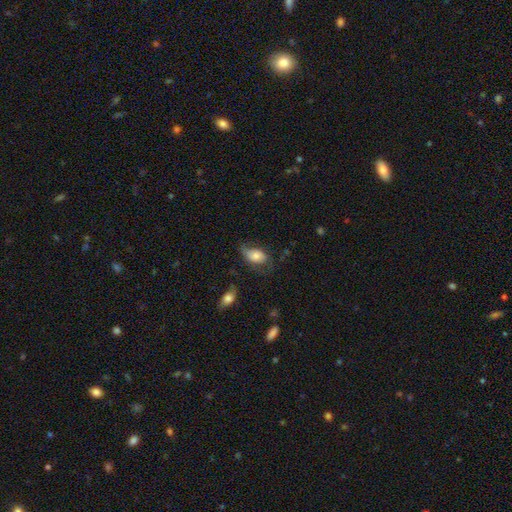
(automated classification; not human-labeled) The model was most divided on "merging": none: 44%, minor disturbance: 33%, major disturbance: 21%, merger: 2%. More confident: how rounded — in between (89%); smooth or featured — smooth (65%).